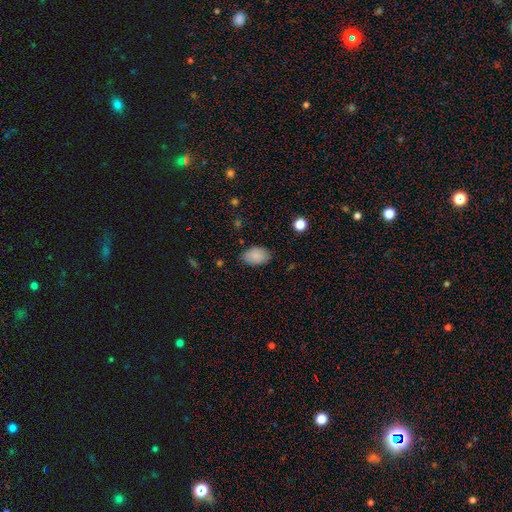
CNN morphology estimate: Overall: smooth (86%). How rounded: in between (87%). Merging: none (82%).